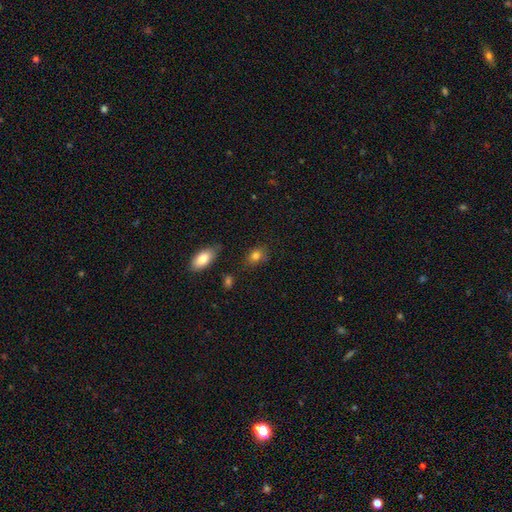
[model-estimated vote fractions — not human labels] Q: Smooth or featured?
A: smooth (82%); runner-up: star or artifact (10%)
Q: How rounded?
A: in between (66%); runner-up: round (32%)
Q: Merging?
A: none (73%); runner-up: minor disturbance (19%)